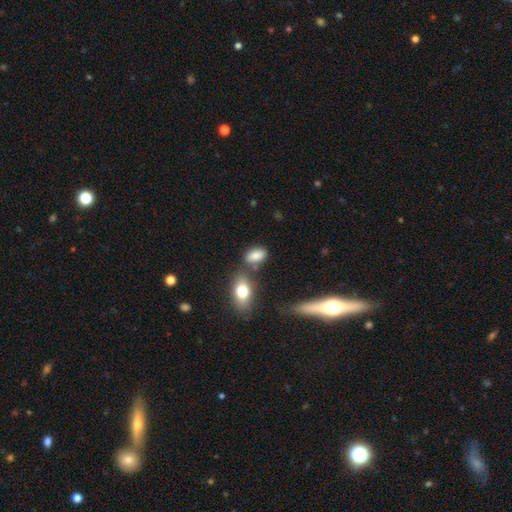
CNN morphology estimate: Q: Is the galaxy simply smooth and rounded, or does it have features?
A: smooth — 83%.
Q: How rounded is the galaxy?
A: in between — 88%.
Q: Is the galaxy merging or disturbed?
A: none — 62%.